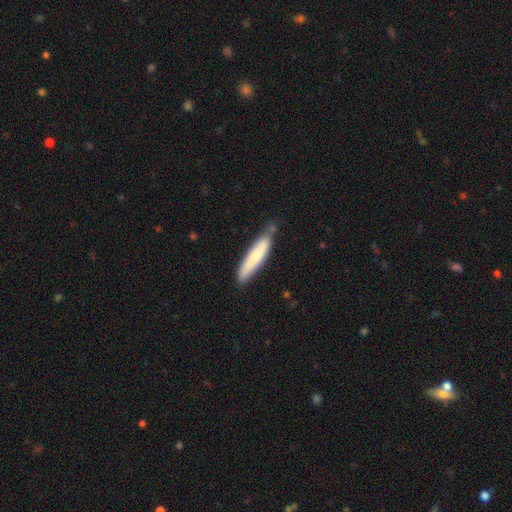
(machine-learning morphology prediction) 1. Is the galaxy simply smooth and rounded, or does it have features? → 71% smooth, 23% featured or disk, 6% star or artifact.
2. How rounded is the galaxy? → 84% cigar-shaped, 15% in between, 1% round.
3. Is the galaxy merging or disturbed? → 69% none, 22% minor disturbance, 5% merger, 4% major disturbance.